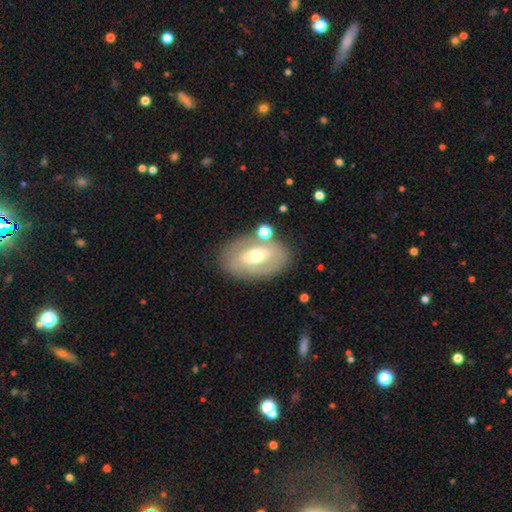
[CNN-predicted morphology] smooth-or-featured: featured or disk: 54% | smooth: 39% | star or artifact: 7%
  disk-edge-on: no: 89% | yes: 11%
  merging: none: 73% | minor disturbance: 14% | merger: 7% | major disturbance: 6%